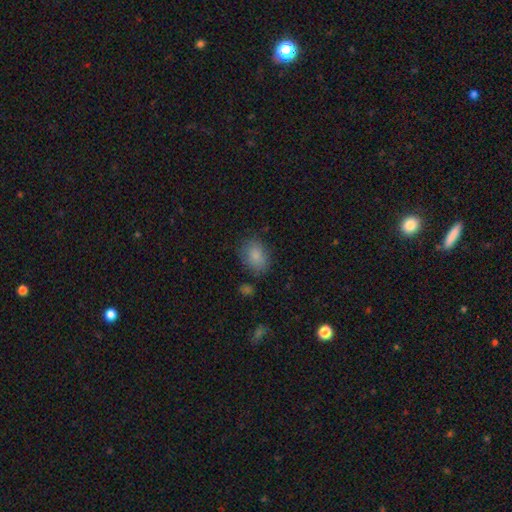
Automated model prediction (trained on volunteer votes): Smooth or featured? Predicted: smooth (p=0.84). How rounded? Predicted: in between (p=0.70). Merging? Predicted: none (p=0.75).